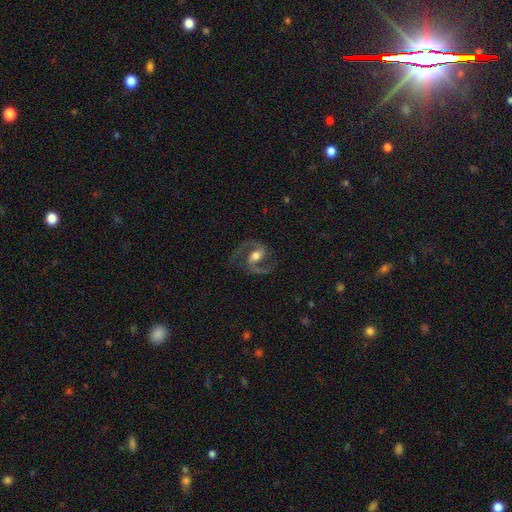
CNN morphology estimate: This is clearly a featured or disk galaxy (88%). It is clearly not viewed edge-on (98%). Bar: possibly weak (46%). Spiral arm pattern: clearly yes (97%). Spiral arm count: clearly 2 (93%). Spiral winding: likely medium (61%). Central bulge: likely moderate (63%). Merging: likely none (76%).